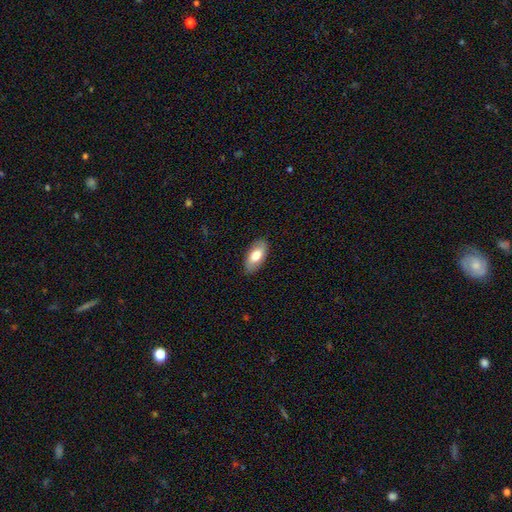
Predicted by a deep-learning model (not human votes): A smooth galaxy with no disk features (68%) that is in between round and cigar-shaped (92%).

Vote fractions:
- Smooth or featured? smooth: 68% / featured or disk: 26% / star or artifact: 6%
- How rounded? in between: 92% / cigar-shaped: 6% / round: 3%
- Merging? none: 87% / minor disturbance: 10% / major disturbance: 2% / merger: 1%